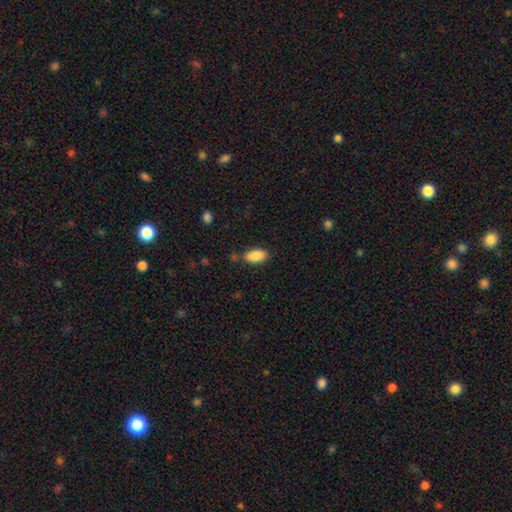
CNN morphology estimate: Smooth or featured? smooth (89%)
How rounded? in between (93%)
Merging? none (79%)